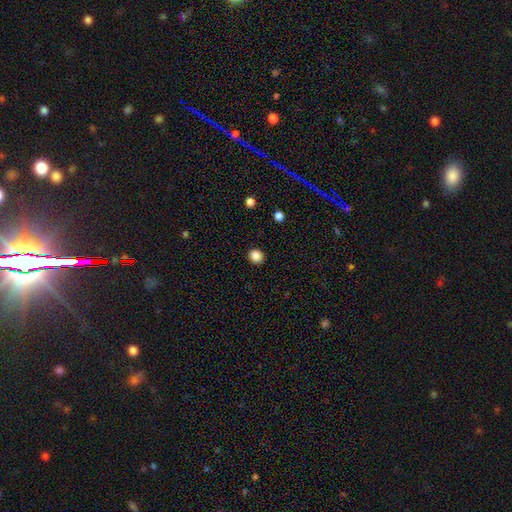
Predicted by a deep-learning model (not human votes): A smooth galaxy with no disk features (86%) that is round (84%).

Vote fractions:
- Smooth or featured? smooth: 86% / star or artifact: 11% / featured or disk: 4%
- How rounded? round: 84% / in between: 15% / cigar-shaped: 1%
- Merging? none: 92% / minor disturbance: 5% / major disturbance: 2% / merger: 1%